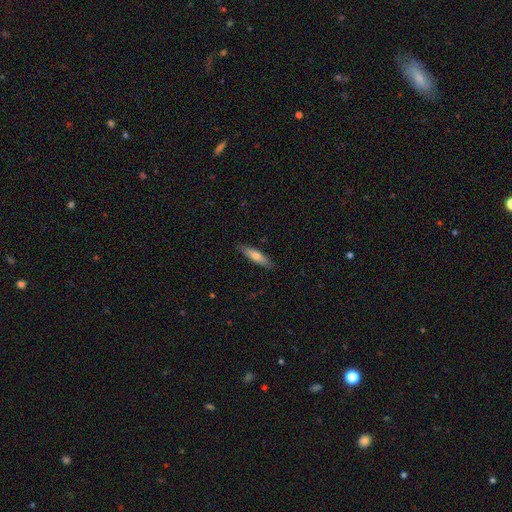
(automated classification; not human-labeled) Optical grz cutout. It shows a smooth galaxy with no disk features (68%) that is cigar-shaped (74%). Merging: none (87%).